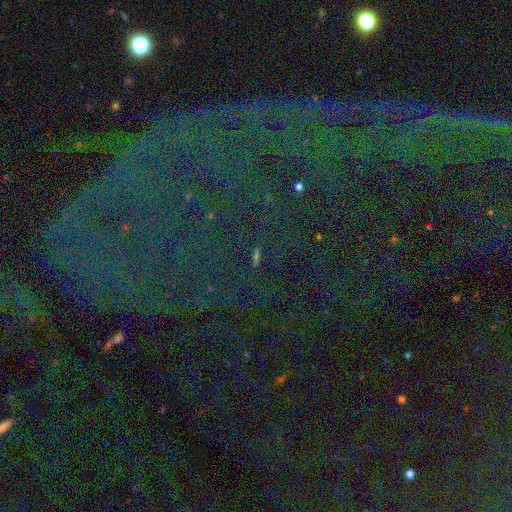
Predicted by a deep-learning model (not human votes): A star or artifact, not a galaxy (83%).

Vote fractions:
- Smooth or featured? star or artifact: 83% / smooth: 9% / featured or disk: 8%